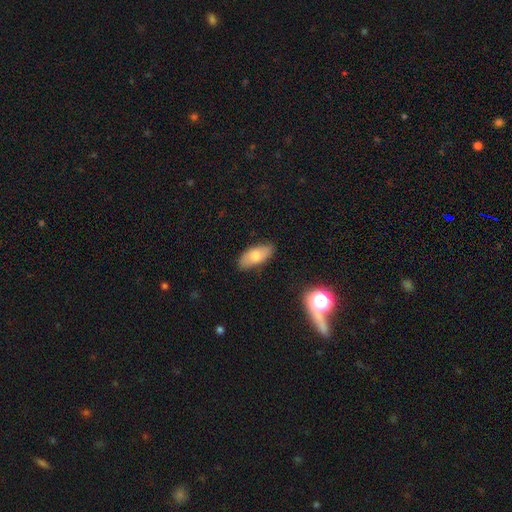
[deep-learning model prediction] This is likely a smooth galaxy (73%). How rounded: clearly in between (88%). Merging: clearly none (84%).